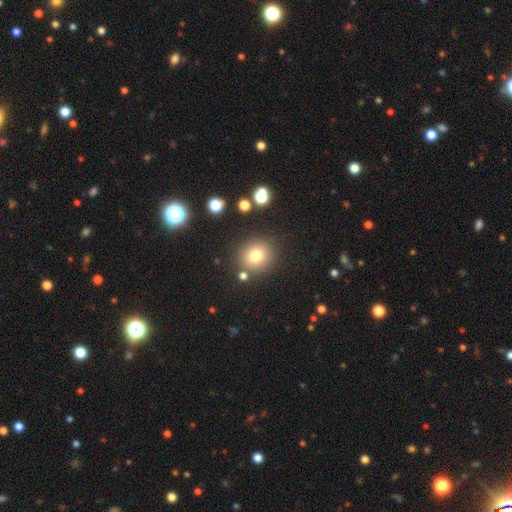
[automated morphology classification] This appears to be a smooth galaxy with no disk features (77%) that is round (78%). Merging: none (82%).